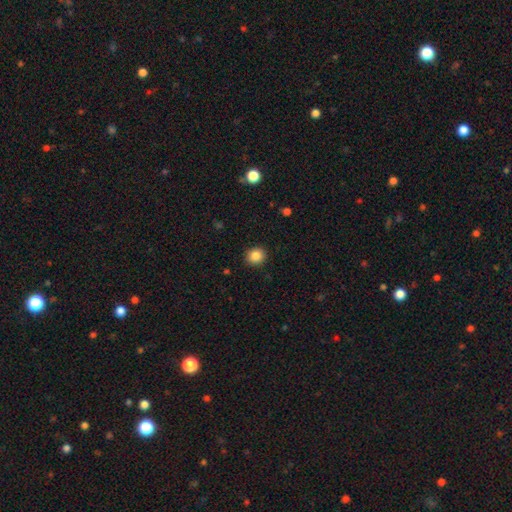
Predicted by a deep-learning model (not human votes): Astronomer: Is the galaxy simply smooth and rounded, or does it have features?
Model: smooth — 86%.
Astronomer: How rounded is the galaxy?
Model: round — 80%.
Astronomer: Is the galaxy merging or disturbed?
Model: none — 91%.